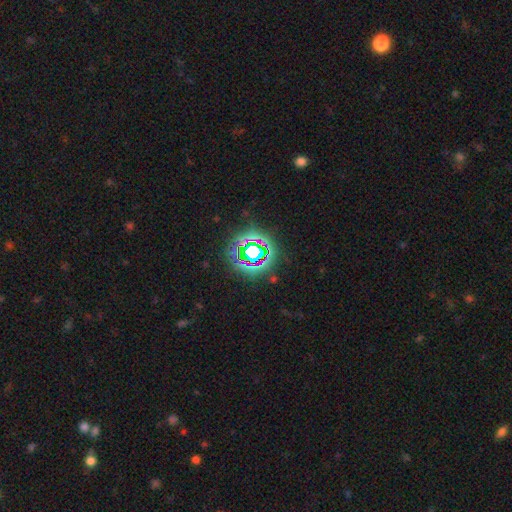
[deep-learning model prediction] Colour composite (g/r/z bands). It shows a star or artifact, not a galaxy (71%).